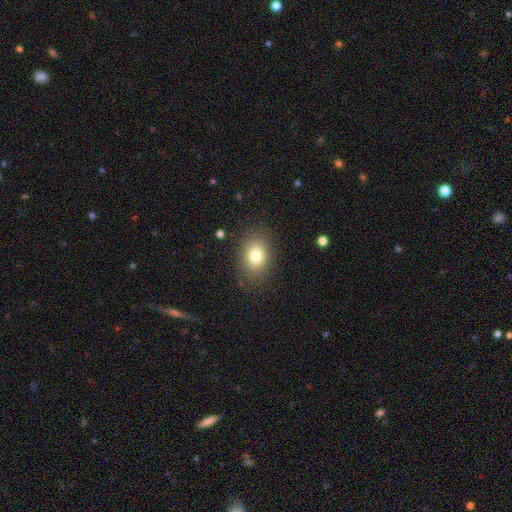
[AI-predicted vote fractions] This appears to be a smooth galaxy with no disk features (78%) that is in between round and cigar-shaped (68%). Merging: none (84%).